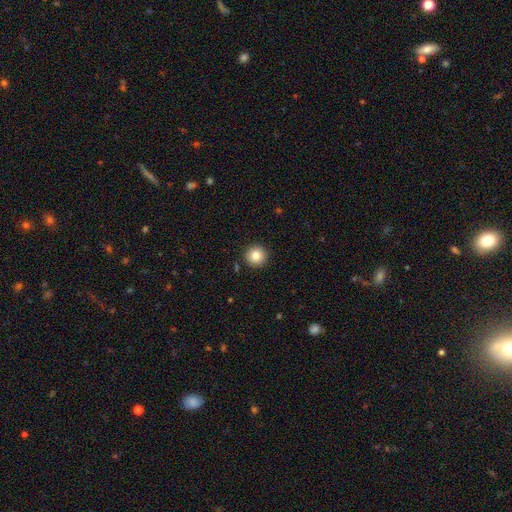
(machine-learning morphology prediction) type=smooth (82%); roundness=round (96%); merging=none (92%).